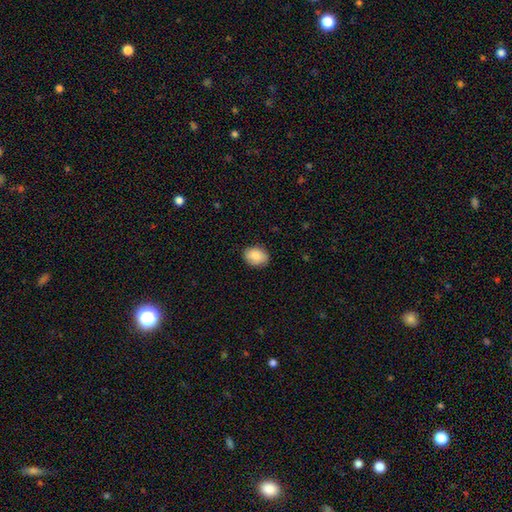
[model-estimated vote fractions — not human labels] Smooth or featured: smooth — 87% (star or artifact — 7%)
How rounded: in between — 64% (round — 35%)
Merging: none — 85% (minor disturbance — 12%)